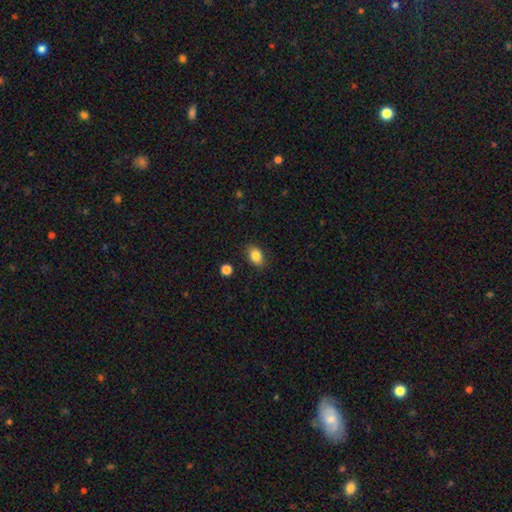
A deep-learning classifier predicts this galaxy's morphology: Overall: smooth (85%). How rounded: in between (77%). Merging: none (85%).